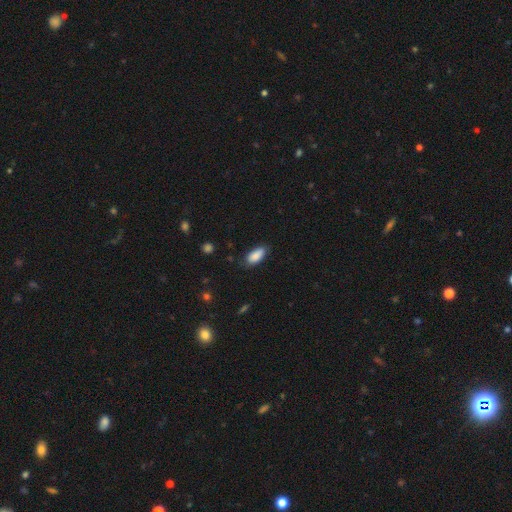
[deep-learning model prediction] The model was most divided on "merging": none: 78%, minor disturbance: 18%, major disturbance: 3%, merger: 1%. More confident: how rounded — in between (89%); smooth or featured — smooth (88%).